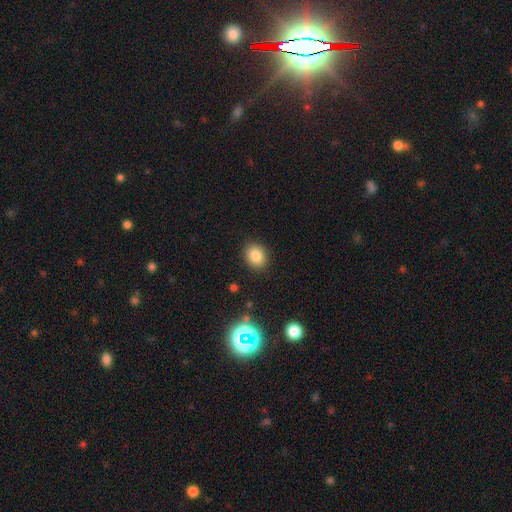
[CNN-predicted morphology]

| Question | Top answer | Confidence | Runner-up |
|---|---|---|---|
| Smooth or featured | smooth | 83% | star or artifact (11%) |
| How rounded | round | 52% | in between (47%) |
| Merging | none | 89% | minor disturbance (8%) |